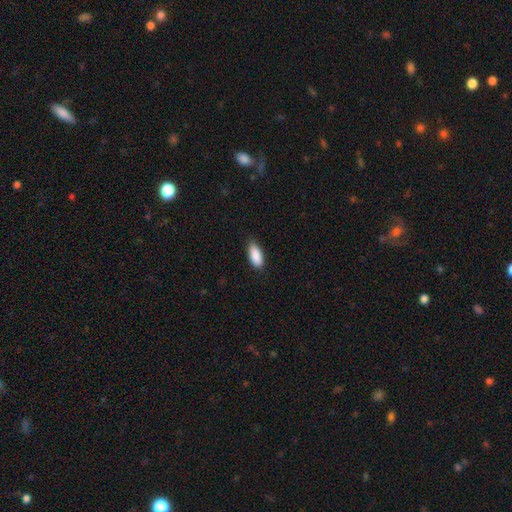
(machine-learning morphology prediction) Overall: smooth (90%). How rounded: in between (86%). Merging: none (83%).